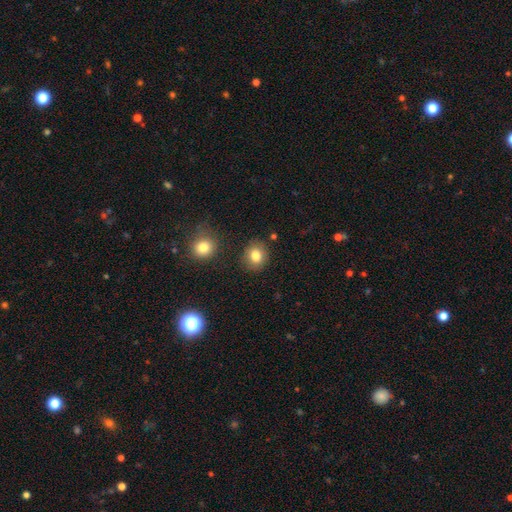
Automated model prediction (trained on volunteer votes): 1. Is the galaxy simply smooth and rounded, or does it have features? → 82% smooth, 10% star or artifact, 8% featured or disk.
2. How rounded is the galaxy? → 73% round, 26% in between, 1% cigar-shaped.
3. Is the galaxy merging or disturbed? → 84% none, 9% minor disturbance, 4% merger, 3% major disturbance.